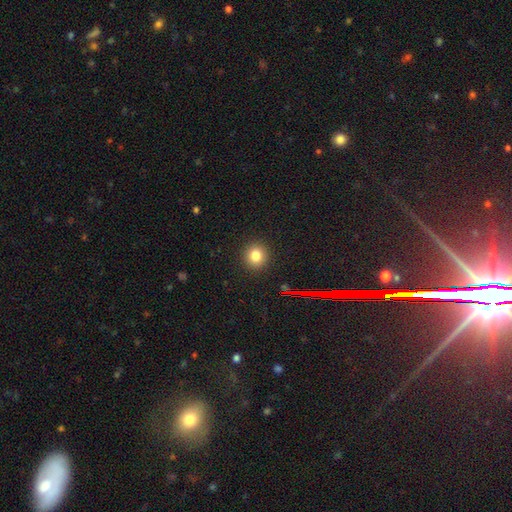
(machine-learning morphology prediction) smooth_or_featured: smooth (p=0.80) [alt: star or artifact p=0.13]
how_rounded: round (p=0.88) [alt: in between p=0.11]
merging: none (p=0.91) [alt: minor disturbance p=0.05]